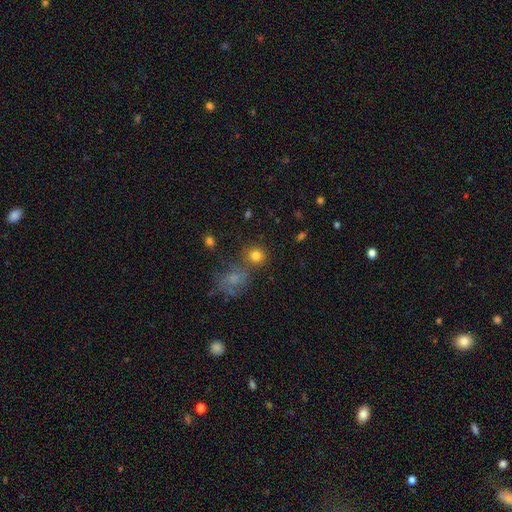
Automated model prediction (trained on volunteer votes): Smooth or featured: smooth — 80% (star or artifact — 13%)
How rounded: round — 87% (in between — 12%)
Merging: none — 71% (merger — 16%)